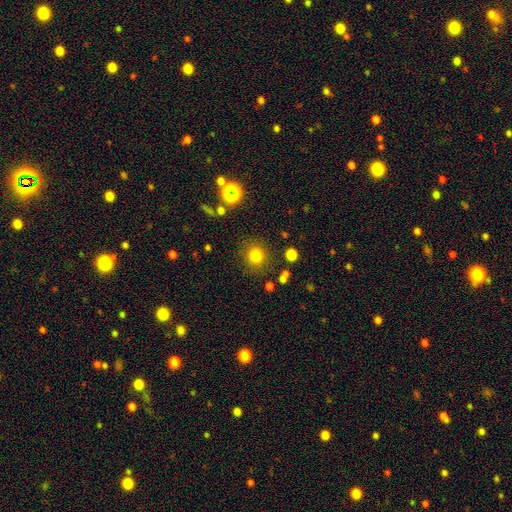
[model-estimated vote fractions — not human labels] smooth 79%, star or artifact 15%, featured or disk 6%. Down the decision tree: how rounded — round (92%); merging — none (85%).